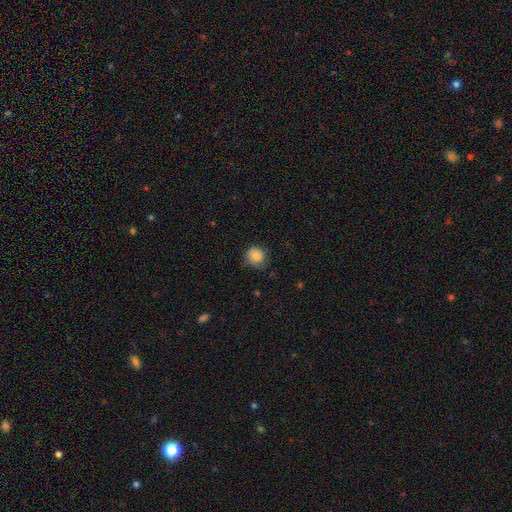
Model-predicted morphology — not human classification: smooth 86%, star or artifact 10%, featured or disk 5%. Down the decision tree: how rounded — round (85%); merging — none (79%).